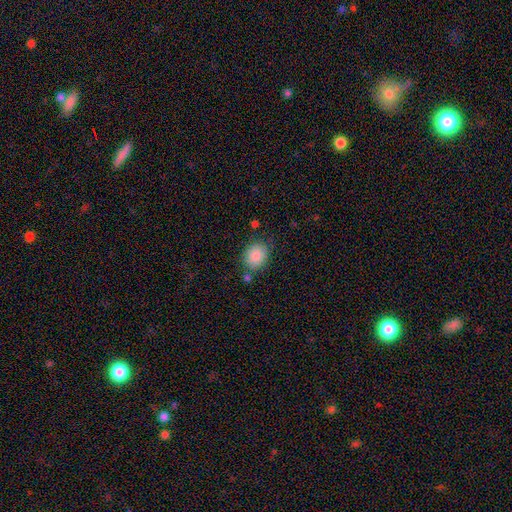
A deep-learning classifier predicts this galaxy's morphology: Q: Smooth or featured?
A: smooth (88%); runner-up: star or artifact (8%)
Q: How rounded?
A: round (56%); runner-up: in between (43%)
Q: Merging?
A: none (79%); runner-up: minor disturbance (13%)